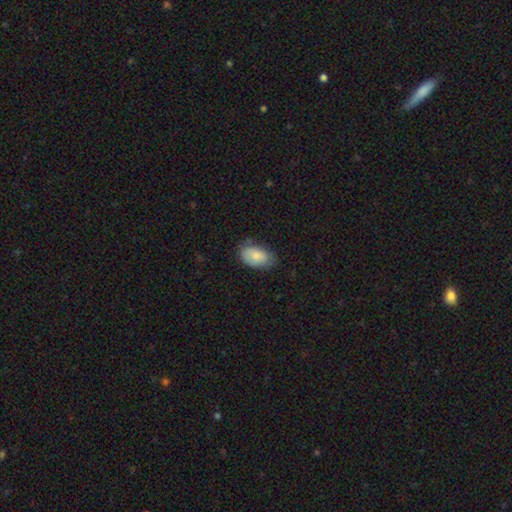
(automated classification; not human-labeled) Smooth or featured? Predicted: smooth (p=0.79). How rounded? Predicted: in between (p=0.92). Merging? Predicted: none (p=0.62).